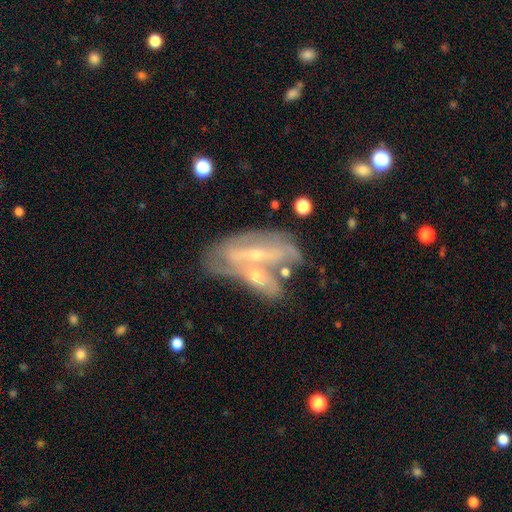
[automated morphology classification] Smooth or featured? Predicted: featured or disk (p=0.74). Edge-on disk? Predicted: no (p=0.77). Bar? Predicted: strong (p=0.41). Spiral arms? Predicted: yes (p=0.61). Bulge size? Predicted: small (p=0.67). Merging? Predicted: merger (p=0.44).